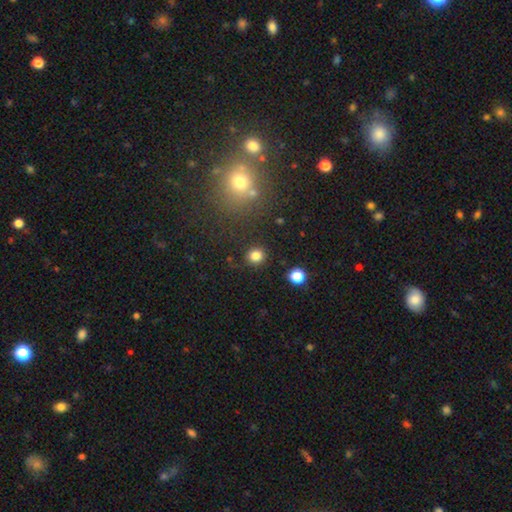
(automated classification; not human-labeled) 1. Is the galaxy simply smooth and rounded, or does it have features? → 83% smooth, 12% star or artifact, 5% featured or disk.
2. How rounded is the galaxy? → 88% round, 11% in between, 1% cigar-shaped.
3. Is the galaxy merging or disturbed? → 87% none, 8% minor disturbance, 3% major disturbance, 2% merger.